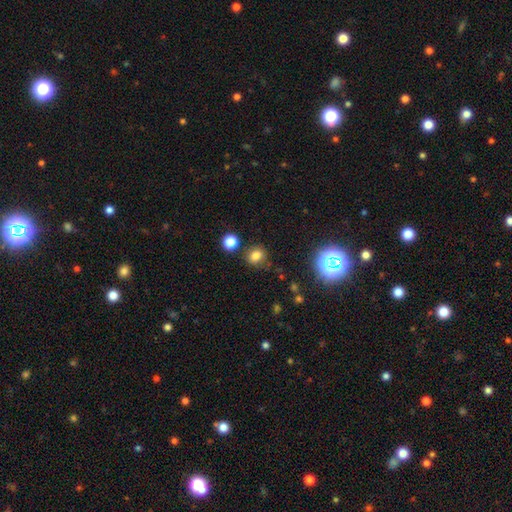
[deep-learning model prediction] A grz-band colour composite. It shows a smooth galaxy with no disk features (77%) that is round (60%). Merging: none (75%).